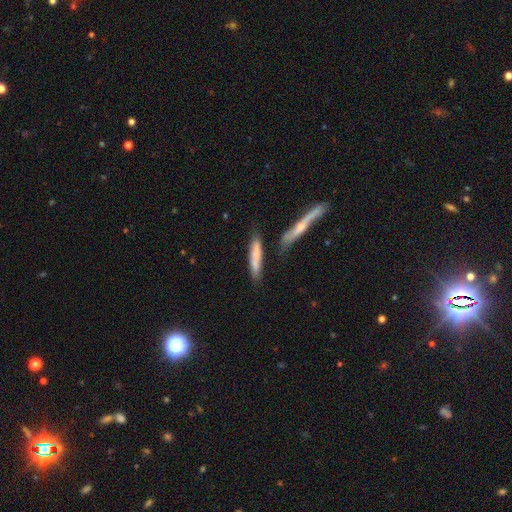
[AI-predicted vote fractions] This appears to be a smooth galaxy with no disk features (63%) that is cigar-shaped (84%). Merging: none (59%).